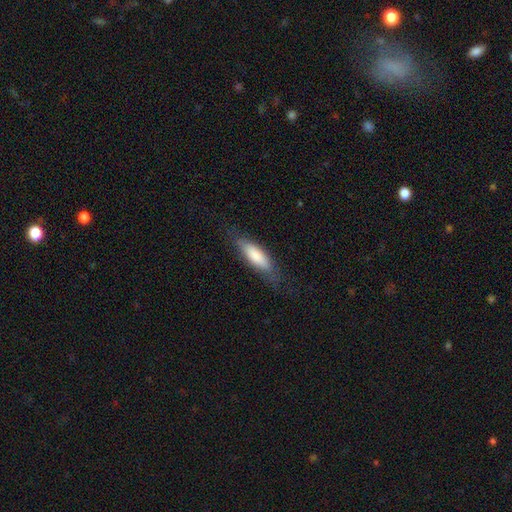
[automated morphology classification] smooth-or-featured: smooth: 78% | featured or disk: 16% | star or artifact: 5%
  how-rounded: in between: 50% | cigar-shaped: 49% | round: 2%
  merging: none: 74% | minor disturbance: 18% | major disturbance: 6% | merger: 1%